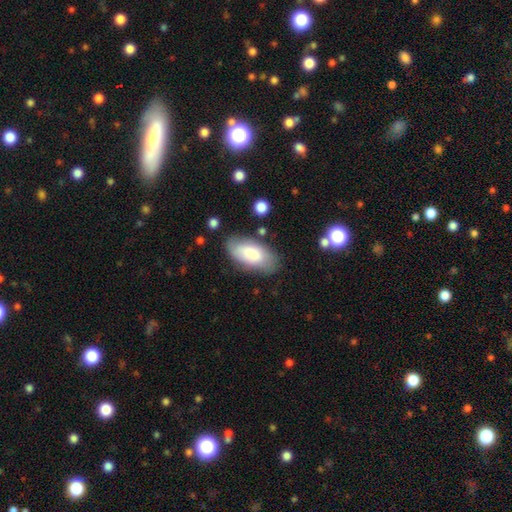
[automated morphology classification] Q: Smooth or featured?
A: smooth (77%); runner-up: featured or disk (17%)
Q: How rounded?
A: in between (93%); runner-up: cigar-shaped (4%)
Q: Merging?
A: none (75%); runner-up: minor disturbance (17%)